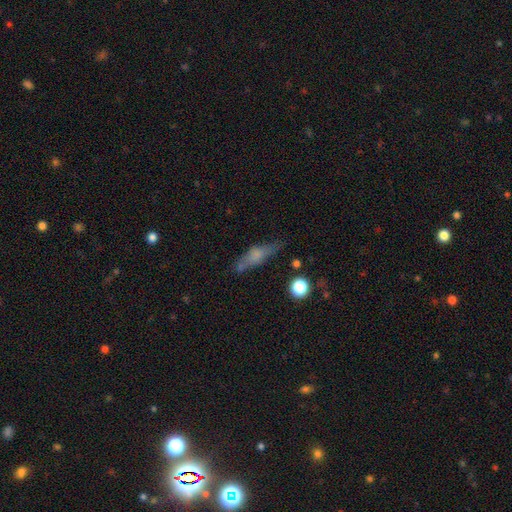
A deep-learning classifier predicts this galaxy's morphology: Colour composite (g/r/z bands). It shows a smooth galaxy with no disk features (49%). Merging: none (62%).